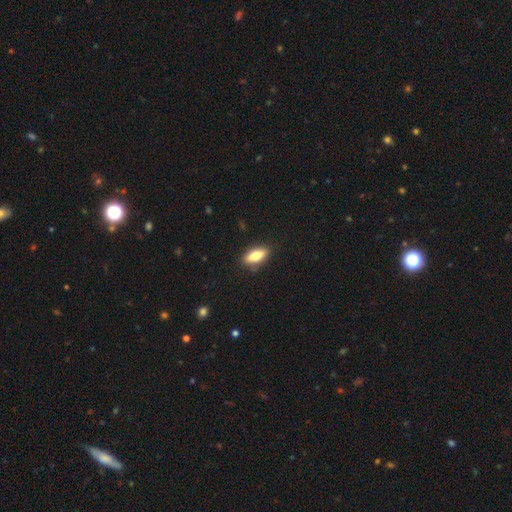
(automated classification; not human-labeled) smooth 76%, featured or disk 17%, star or artifact 7%. Down the decision tree: how rounded — in between (73%); merging — none (86%).